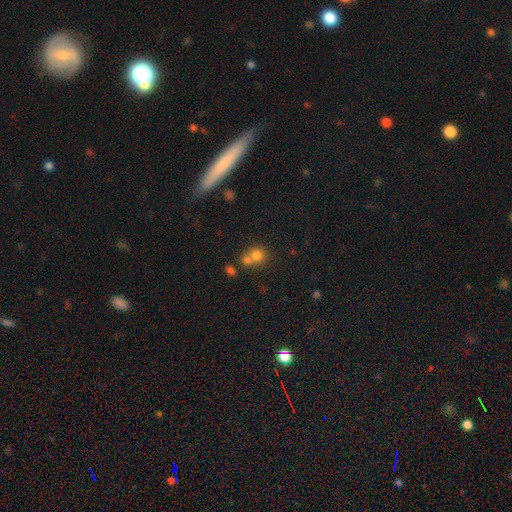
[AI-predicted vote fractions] This appears to be a smooth galaxy with no disk features (71%) that is round (83%). Merging: merger (46%).